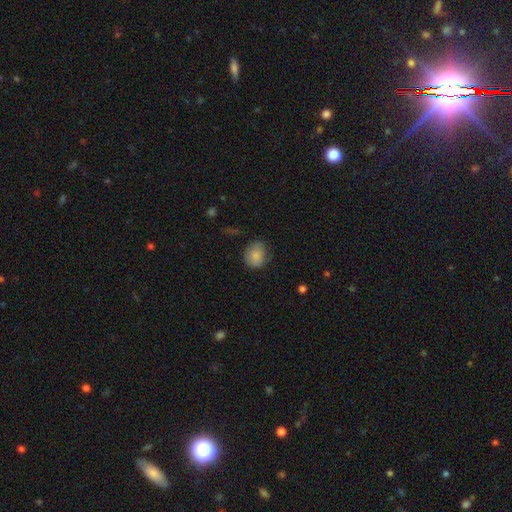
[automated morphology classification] smooth-or-featured: smooth: 84% | star or artifact: 8% | featured or disk: 8%
  how-rounded: round: 69% | in between: 30% | cigar-shaped: 1%
  merging: none: 70% | minor disturbance: 24% | major disturbance: 5% | merger: 1%